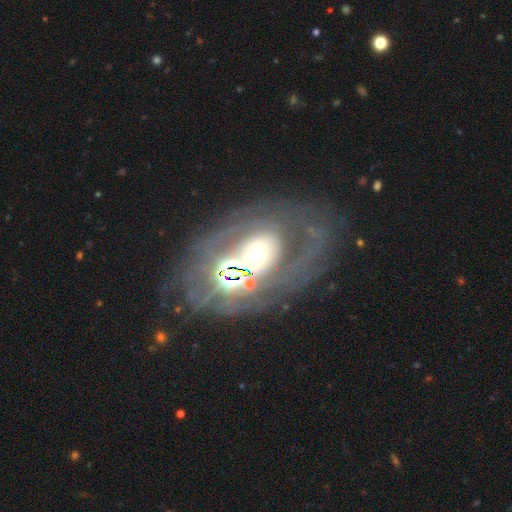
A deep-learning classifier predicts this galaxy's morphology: Smooth or featured?
  - featured or disk: 72% *
  - smooth: 16%
  - star or artifact: 11%
Edge-on disk?
  - no: 94% *
  - yes: 6%
Bar?
  - no: 74% *
  - weak: 16%
  - strong: 10%
Spiral arms?
  - yes: 62% *
  - no: 38%
Bulge size?
  - moderate: 44% *
  - small: 35%
  - large: 14%
  - dominant: 4%
  - none: 2%
Merging?
  - none: 57% *
  - major disturbance: 18%
  - minor disturbance: 16%
  - merger: 9%